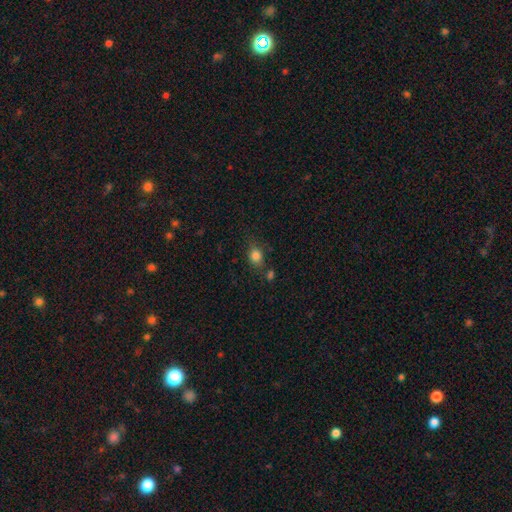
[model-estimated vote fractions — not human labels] Overall: smooth (81%). How rounded: round (49%, tied with in between). Merging: none (69%).